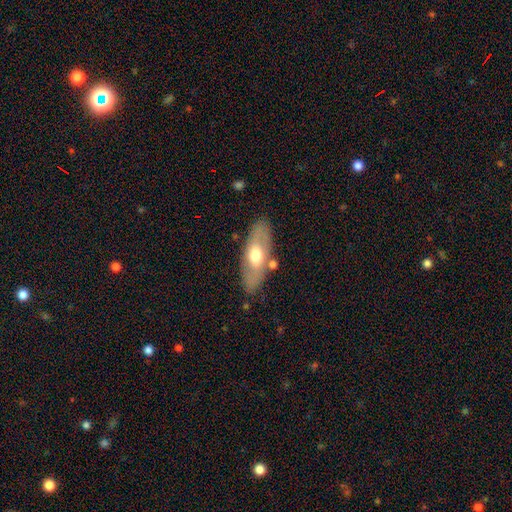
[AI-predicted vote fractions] The model was most divided on "smooth or featured": smooth: 54%, featured or disk: 40%, star or artifact: 6%. More confident: merging — none (79%); how rounded — in between (77%).